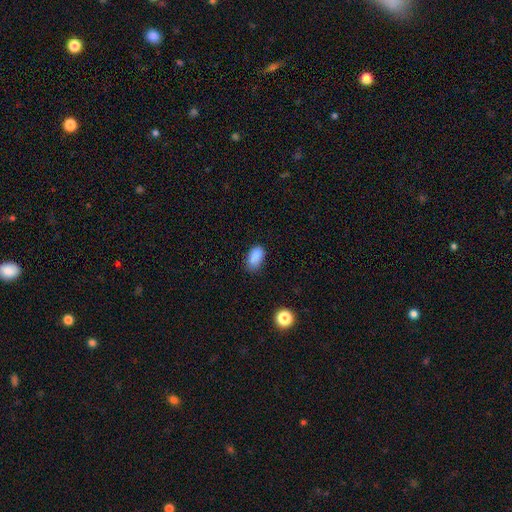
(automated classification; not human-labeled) A smooth galaxy with no disk features (82%) that is in between round and cigar-shaped (89%). Merging: none (51%).